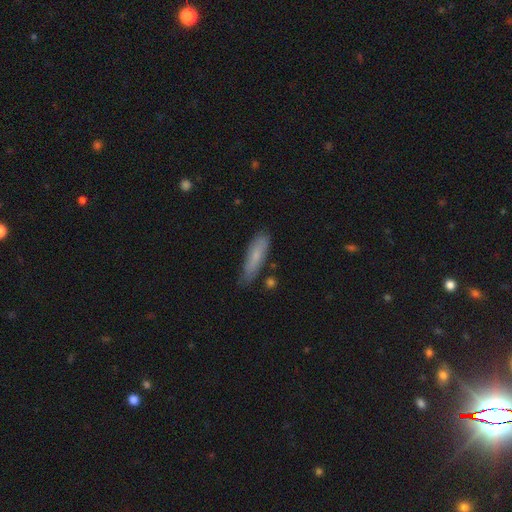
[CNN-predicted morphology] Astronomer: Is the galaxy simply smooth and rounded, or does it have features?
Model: smooth — 70%.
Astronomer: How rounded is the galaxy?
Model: cigar-shaped — 70%.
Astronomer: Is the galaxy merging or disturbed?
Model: none — 74%.